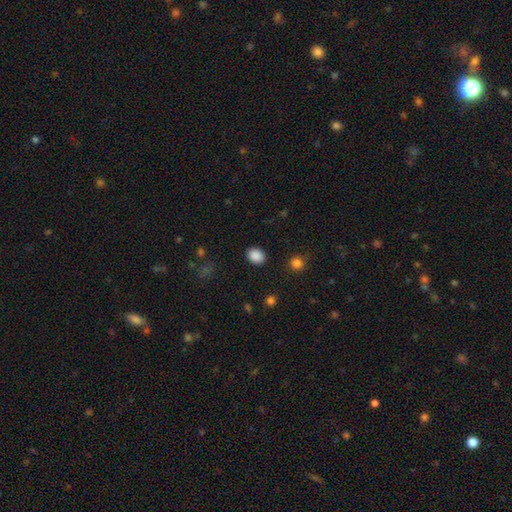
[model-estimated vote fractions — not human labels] Q: Smooth or featured?
A: smooth (88%); runner-up: star or artifact (9%)
Q: How rounded?
A: in between (53%); runner-up: round (46%)
Q: Merging?
A: none (89%); runner-up: minor disturbance (7%)